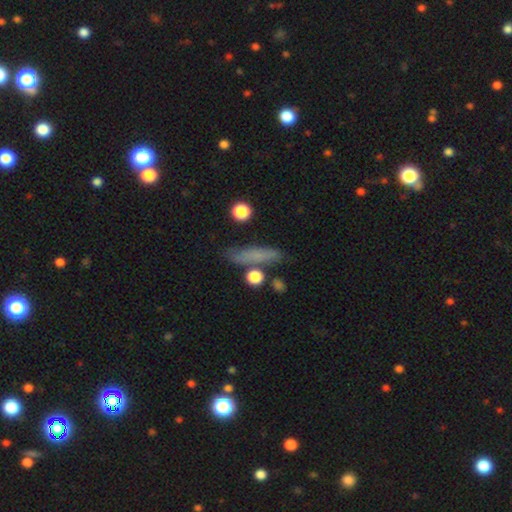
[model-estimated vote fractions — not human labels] The model was most divided on "smooth or featured": smooth: 65%, featured or disk: 23%, star or artifact: 12%. More confident: merging — none (75%); how rounded — cigar-shaped (75%).